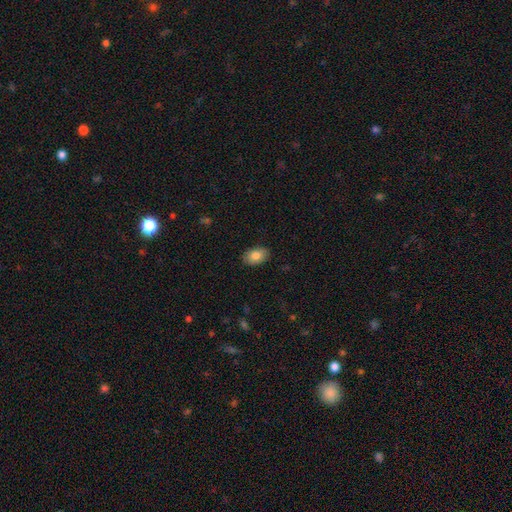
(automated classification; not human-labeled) Morphology: type=smooth (83%); roundness=in between (88%); merging=none (88%).